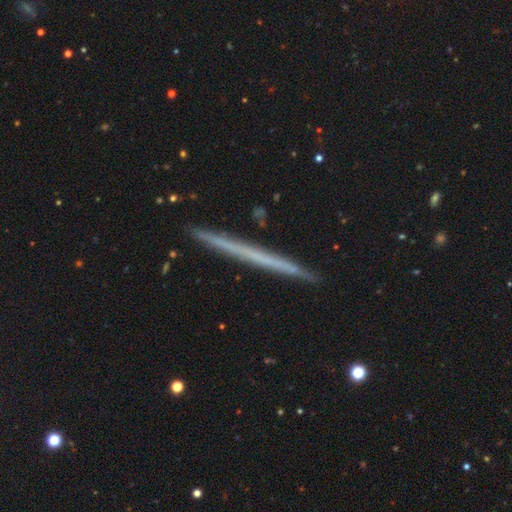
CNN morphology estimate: Overall: featured or disk (52%; smooth 40%). Edge-on disk: yes (97%). Edge-on bulge: none (95%). Merging: none (91%).